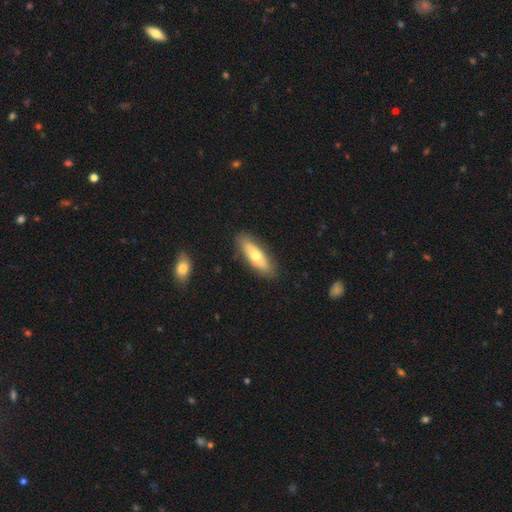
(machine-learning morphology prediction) smooth_or_featured: smooth (p=0.58) [alt: featured or disk p=0.37]
how_rounded: in between (p=0.58) [alt: cigar-shaped p=0.39]
merging: none (p=0.85) [alt: minor disturbance p=0.11]